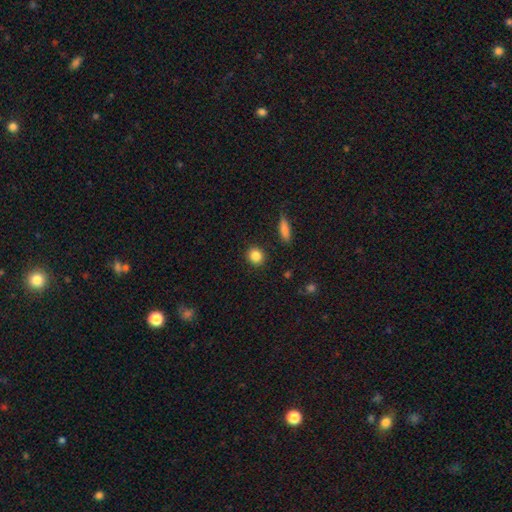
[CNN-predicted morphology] A smooth galaxy with no disk features (86%) that is round (83%). Merging: none (90%).